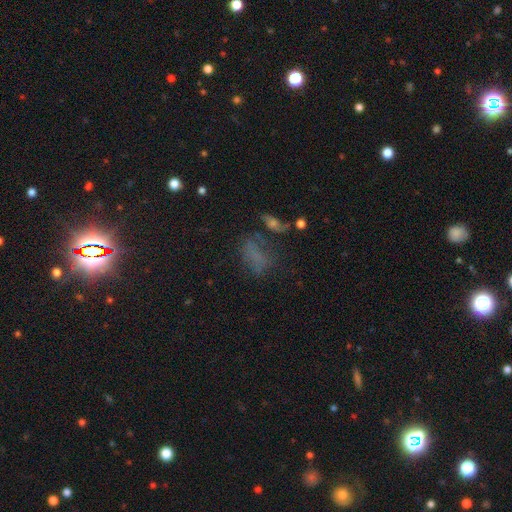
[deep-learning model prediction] This is possibly a smooth galaxy (49%). Merging: marginally none (39%).